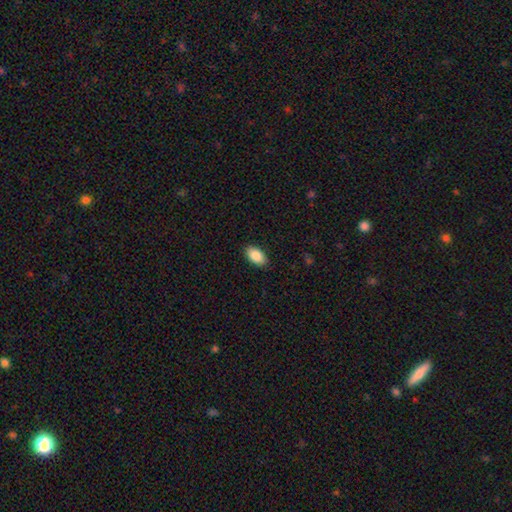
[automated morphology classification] A smooth galaxy with no disk features (88%) that is in between round and cigar-shaped (93%).

Vote fractions:
- Smooth or featured? smooth: 88% / star or artifact: 7% / featured or disk: 6%
- How rounded? in between: 93% / round: 5% / cigar-shaped: 2%
- Merging? none: 89% / minor disturbance: 9% / major disturbance: 2% / merger: 1%